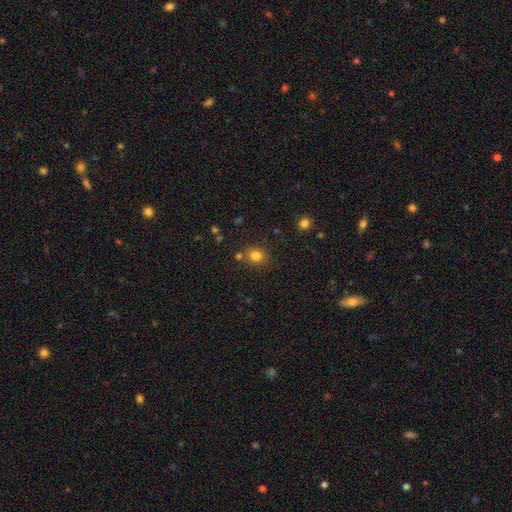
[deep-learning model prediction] A smooth galaxy with no disk features (80%) that is round (74%). Merging: none (76%).